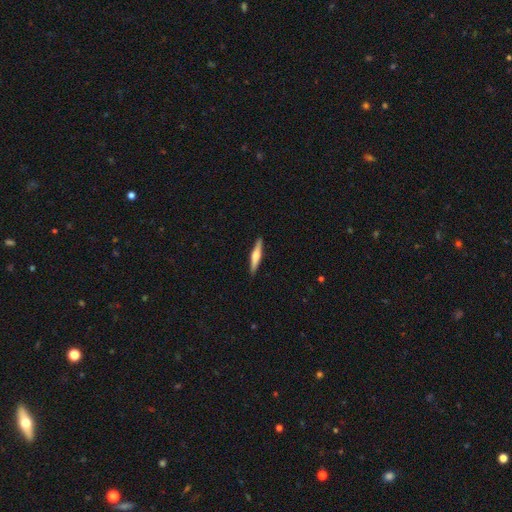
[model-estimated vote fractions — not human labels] Smooth or featured? Predicted: featured or disk (p=0.54). Edge-on disk? Predicted: yes (p=0.97). Edge-on bulge? Predicted: rounded (p=0.85). Merging? Predicted: none (p=0.91).